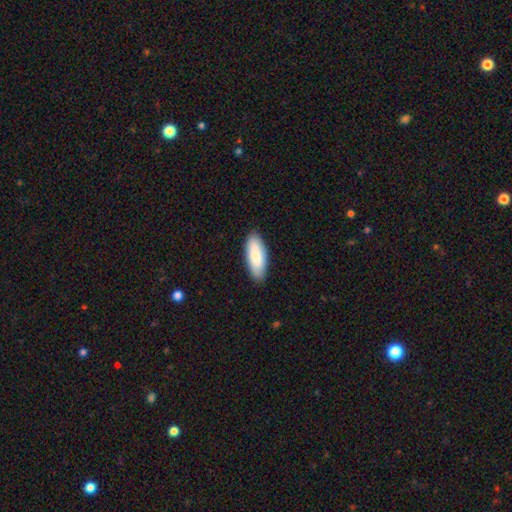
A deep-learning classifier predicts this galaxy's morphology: Smooth or featured: smooth — 83% (featured or disk — 11%)
How rounded: in between — 74% (cigar-shaped — 24%)
Merging: none — 88% (minor disturbance — 10%)